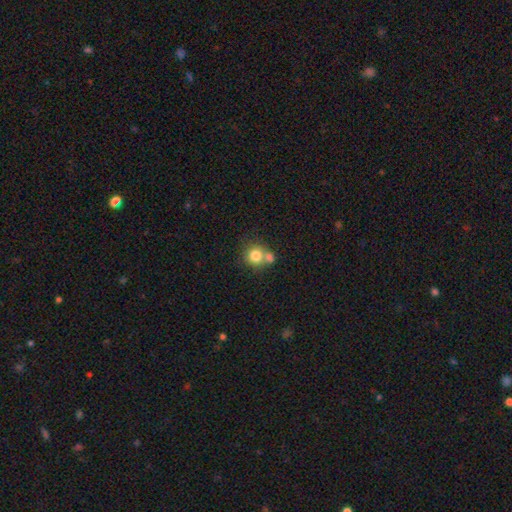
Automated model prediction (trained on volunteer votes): Q: Smooth or featured?
A: smooth (79%); runner-up: featured or disk (11%)
Q: How rounded?
A: round (87%); runner-up: in between (12%)
Q: Merging?
A: none (44%); tied with: merger (44%)